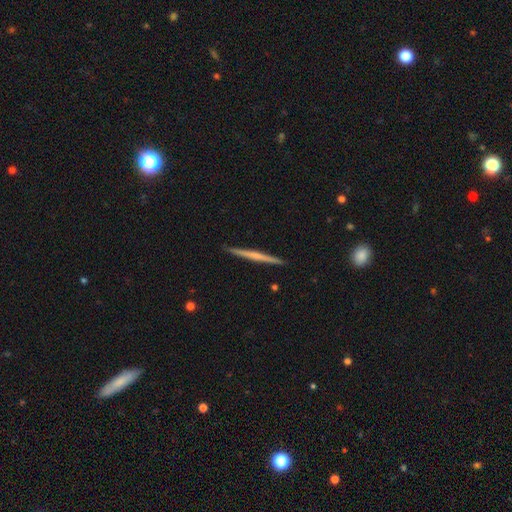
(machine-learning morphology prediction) Smooth or featured?
  - featured or disk: 60% *
  - smooth: 35%
  - star or artifact: 5%
Edge-on disk?
  - yes: 98% *
  - no: 2%
Edge-on bulge?
  - none: 62% *
  - rounded: 31%
  - boxy: 7%
Merging?
  - none: 92% *
  - minor disturbance: 5%
  - major disturbance: 1%
  - merger: 1%